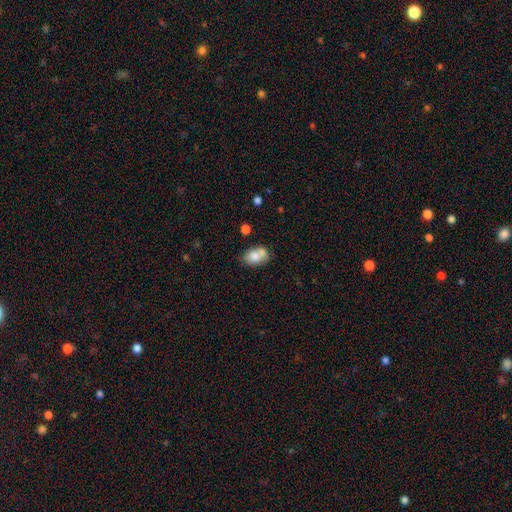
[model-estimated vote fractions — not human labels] smooth 75%, featured or disk 17%, star or artifact 8%. Down the decision tree: how rounded — in between (79%); merging — none (44%).